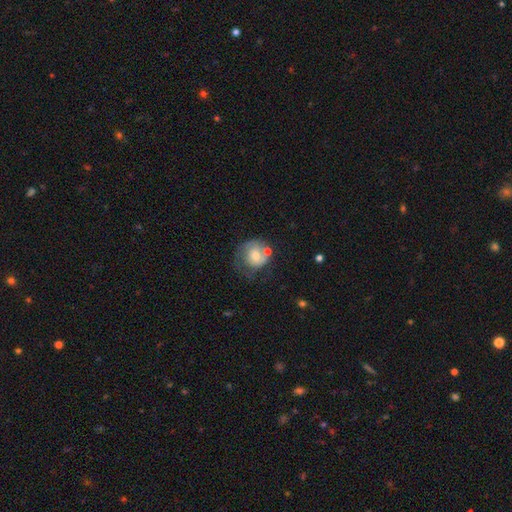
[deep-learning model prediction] Overall: smooth (48%; featured or disk 45%). Merging: none (38%; minor disturbance 25%).